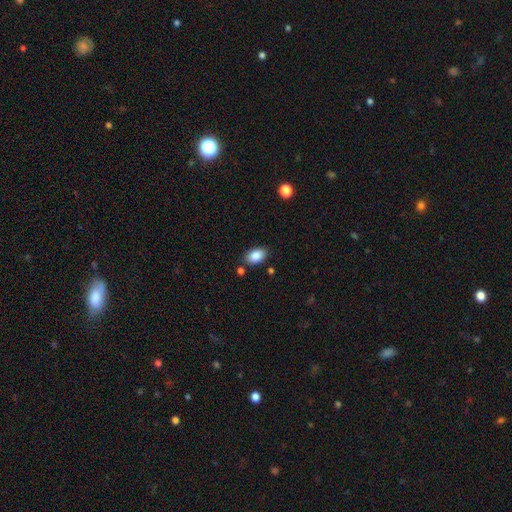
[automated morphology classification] smooth-or-featured: smooth: 87% | star or artifact: 7% | featured or disk: 6%
  how-rounded: in between: 90% | round: 9% | cigar-shaped: 1%
  merging: none: 82% | minor disturbance: 11% | merger: 4% | major disturbance: 3%